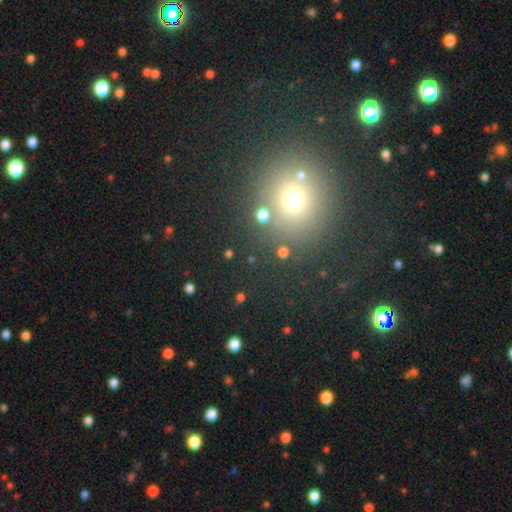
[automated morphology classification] Smooth or featured: smooth — 53% (star or artifact — 37%)
How rounded: round — 89% (in between — 10%)
Merging: none — 81% (minor disturbance — 9%)